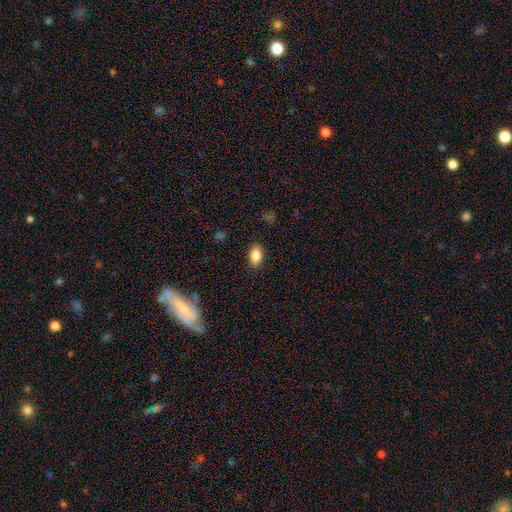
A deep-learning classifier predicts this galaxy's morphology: Smooth or featured?
  - smooth: 86% *
  - star or artifact: 8%
  - featured or disk: 6%
How rounded?
  - in between: 91% *
  - round: 7%
  - cigar-shaped: 2%
Merging?
  - none: 88% *
  - minor disturbance: 9%
  - major disturbance: 2%
  - merger: 1%